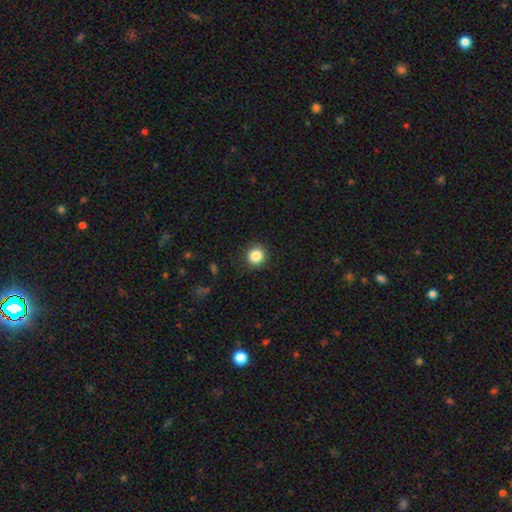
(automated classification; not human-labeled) smooth 86%, star or artifact 10%, featured or disk 4%. Down the decision tree: how rounded — round (92%); merging — none (89%).